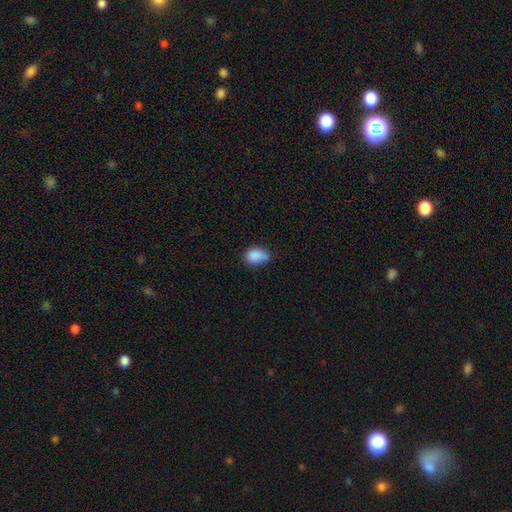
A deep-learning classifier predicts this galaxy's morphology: A smooth galaxy with no disk features (85%) that is in between round and cigar-shaped (68%).

Vote fractions:
- Smooth or featured? smooth: 85% / star or artifact: 9% / featured or disk: 6%
- How rounded? in between: 68% / round: 30% / cigar-shaped: 1%
- Merging? none: 48% / minor disturbance: 36% / major disturbance: 8% / merger: 8%